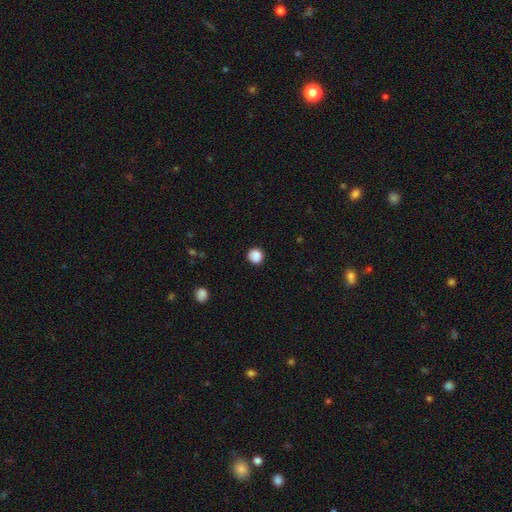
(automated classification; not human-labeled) Smooth or featured: smooth — 88% (star or artifact — 10%)
How rounded: round — 92% (in between — 7%)
Merging: none — 88% (minor disturbance — 8%)